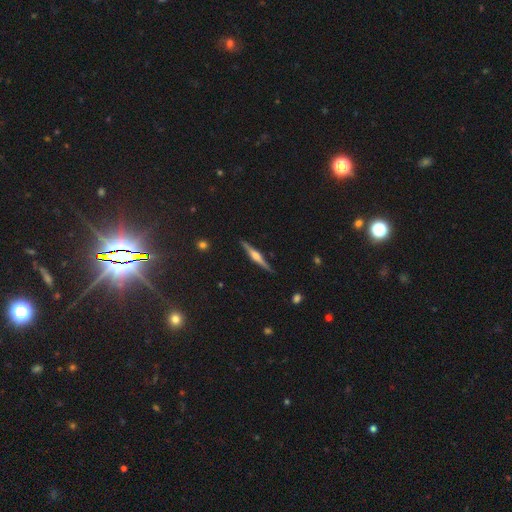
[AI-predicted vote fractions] This is likely a featured or disk galaxy (77%). It is clearly viewed edge-on (98%). Edge-on bulge: clearly rounded (87%). Merging: clearly none (90%).